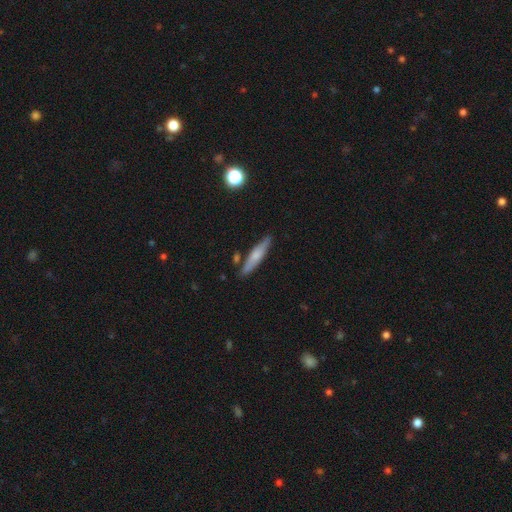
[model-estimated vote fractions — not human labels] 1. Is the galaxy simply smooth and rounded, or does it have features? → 57% smooth, 36% featured or disk, 7% star or artifact.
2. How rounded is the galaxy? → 86% cigar-shaped, 12% in between, 2% round.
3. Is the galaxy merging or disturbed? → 83% none, 11% minor disturbance, 4% merger, 2% major disturbance.